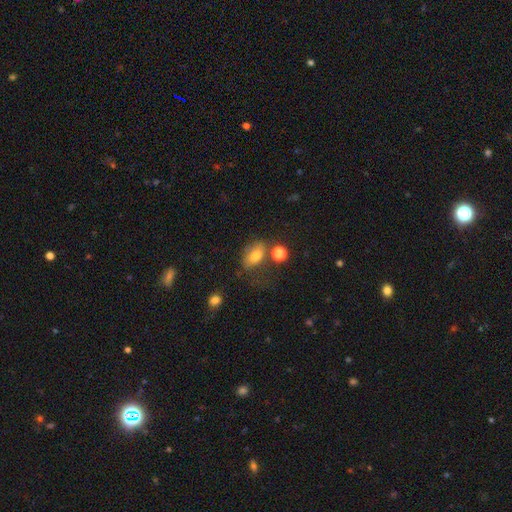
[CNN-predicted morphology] A smooth galaxy with no disk features (71%) that is in between round and cigar-shaped (82%). Merging: none (51%).